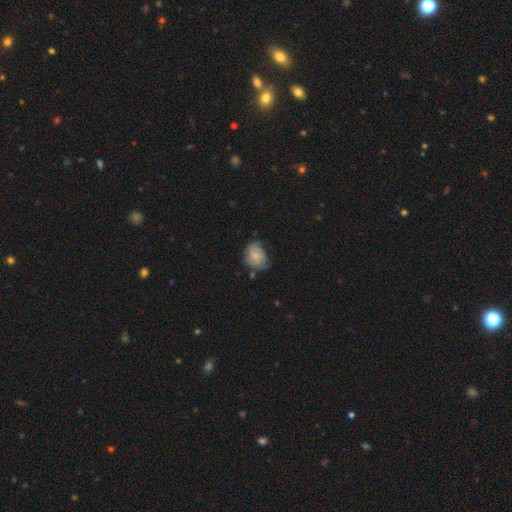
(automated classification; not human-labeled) A featured or disk galaxy (48%). Merging: none (56%).